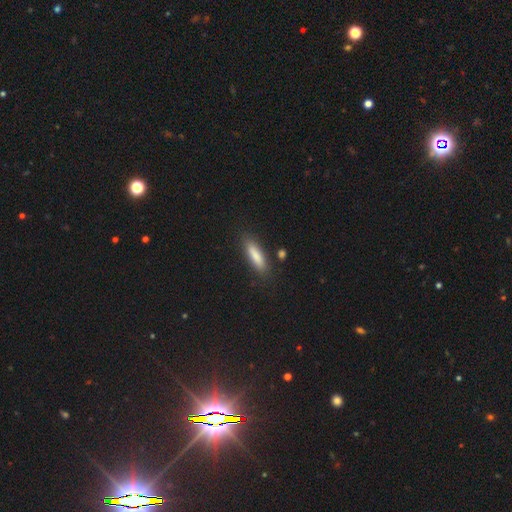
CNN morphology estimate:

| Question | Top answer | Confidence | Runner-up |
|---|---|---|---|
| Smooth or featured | smooth | 82% | featured or disk (11%) |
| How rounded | cigar-shaped | 65% | in between (34%) |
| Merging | none | 83% | minor disturbance (11%) |